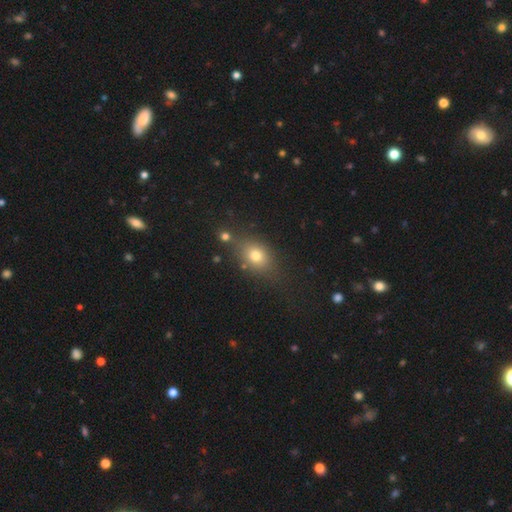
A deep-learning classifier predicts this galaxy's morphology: This appears to be a smooth galaxy with no disk features (73%) that is in between round and cigar-shaped (64%). Merging: none (68%).